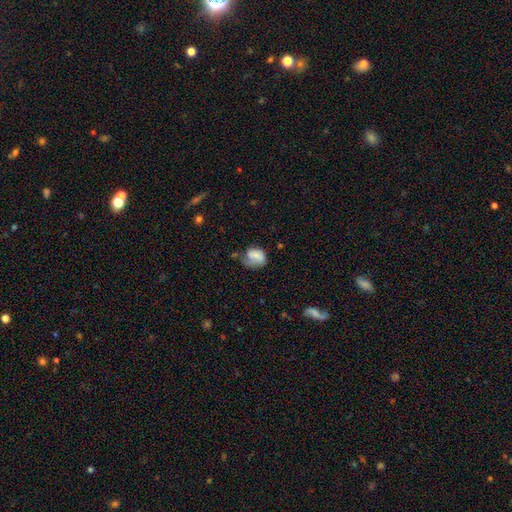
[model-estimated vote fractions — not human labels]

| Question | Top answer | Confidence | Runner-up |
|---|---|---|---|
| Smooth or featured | smooth | 59% | featured or disk (33%) |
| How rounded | in between | 61% | round (37%) |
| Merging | major disturbance | 32% | none (31%) |